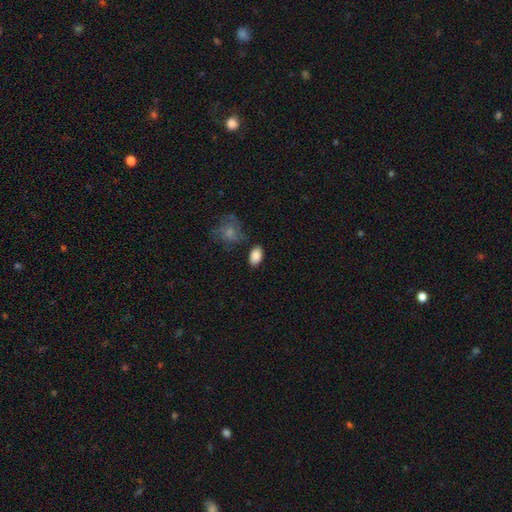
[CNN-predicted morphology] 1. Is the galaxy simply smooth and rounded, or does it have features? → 88% smooth, 8% star or artifact, 5% featured or disk.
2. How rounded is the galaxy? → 90% in between, 9% round, 2% cigar-shaped.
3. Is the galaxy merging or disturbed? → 79% none, 13% minor disturbance, 4% merger, 4% major disturbance.